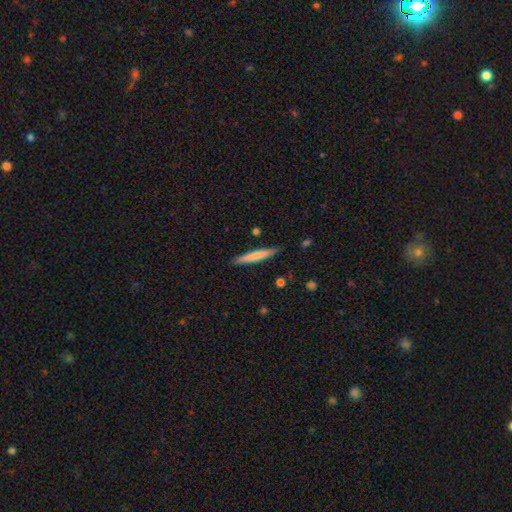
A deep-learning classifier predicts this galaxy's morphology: Smooth or featured? smooth (70%)
How rounded? cigar-shaped (95%)
Merging? none (89%)